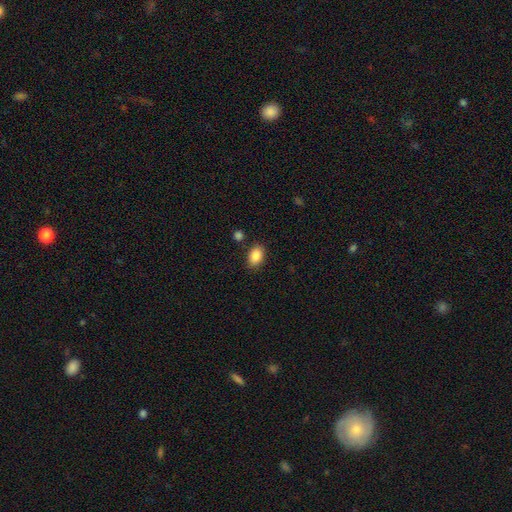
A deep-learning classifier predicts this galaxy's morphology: smooth 88%, star or artifact 8%, featured or disk 5%. Down the decision tree: how rounded — in between (86%); merging — none (83%).